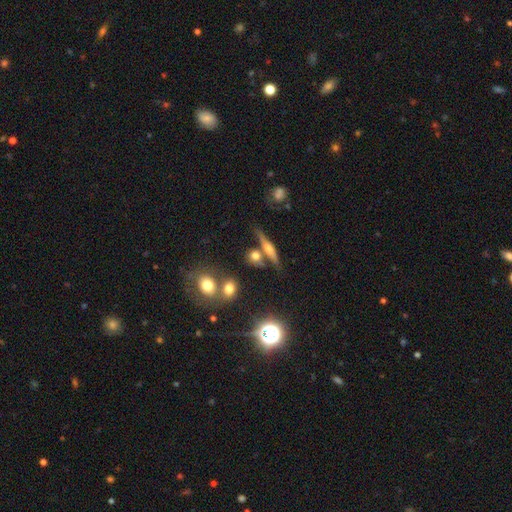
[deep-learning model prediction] This is possibly a smooth galaxy (46%). Merging: likely none (62%).